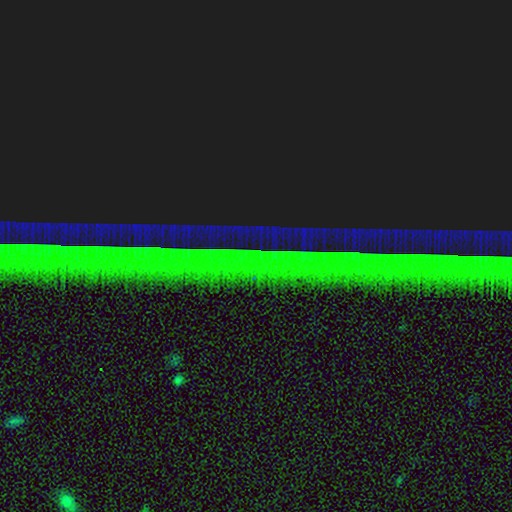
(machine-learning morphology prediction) A star or artifact, not a galaxy (83%).

Vote fractions:
- Smooth or featured? star or artifact: 83% / featured or disk: 9% / smooth: 8%